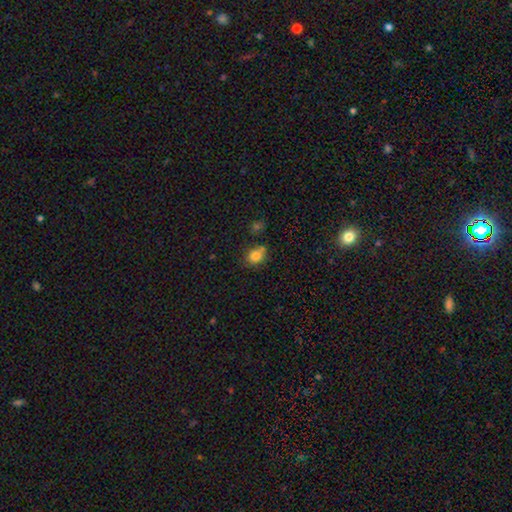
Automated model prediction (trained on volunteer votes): Smooth or featured: smooth — 80% (star or artifact — 12%)
How rounded: round — 64% (in between — 35%)
Merging: none — 64% (merger — 17%)